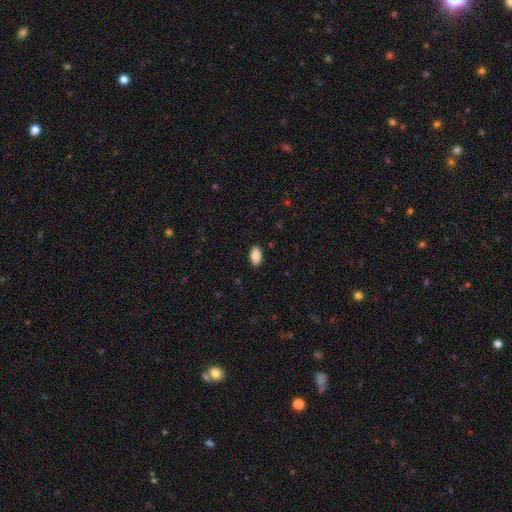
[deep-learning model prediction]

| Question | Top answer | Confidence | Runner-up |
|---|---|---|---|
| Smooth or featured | smooth | 90% | star or artifact (7%) |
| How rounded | in between | 94% | round (3%) |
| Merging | none | 89% | minor disturbance (8%) |